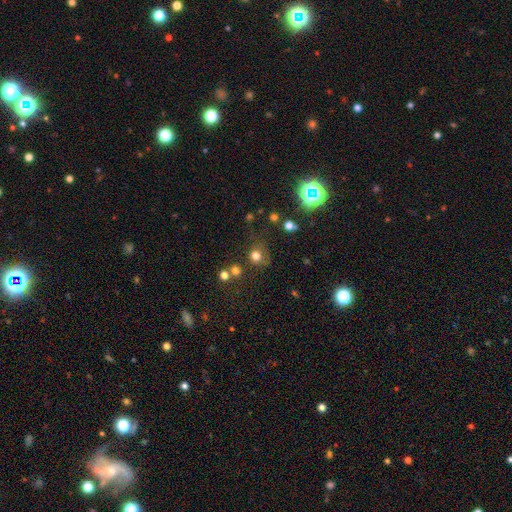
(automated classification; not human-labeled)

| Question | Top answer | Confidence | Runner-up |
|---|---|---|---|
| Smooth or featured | smooth | 72% | star or artifact (20%) |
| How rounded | round | 84% | in between (15%) |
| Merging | none | 65% | minor disturbance (17%) |